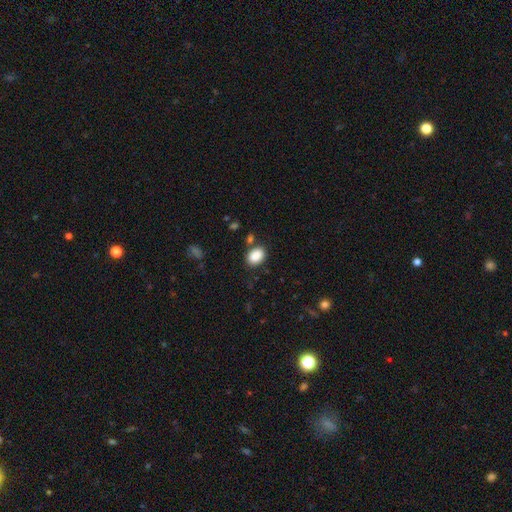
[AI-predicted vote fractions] smooth_or_featured: smooth (p=0.89) [alt: star or artifact p=0.08]
how_rounded: in between (p=0.75) [alt: round p=0.24]
merging: none (p=0.79) [alt: minor disturbance p=0.12]